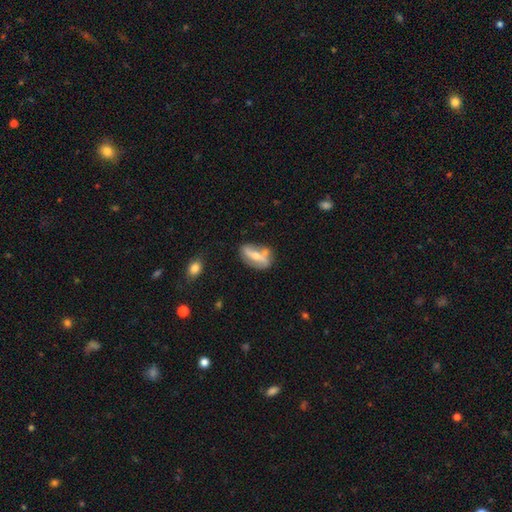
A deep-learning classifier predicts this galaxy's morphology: featured or disk 58%, smooth 35%, star or artifact 7%. Down the decision tree: edge-on disk — no (69%); merging — none (60%).